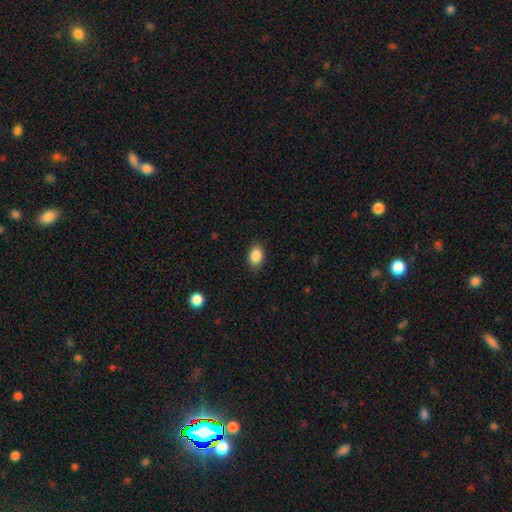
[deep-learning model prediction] Smooth or featured?
  - smooth: 88% *
  - star or artifact: 8%
  - featured or disk: 4%
How rounded?
  - in between: 80% *
  - round: 19%
  - cigar-shaped: 1%
Merging?
  - none: 86% *
  - minor disturbance: 10%
  - major disturbance: 3%
  - merger: 1%